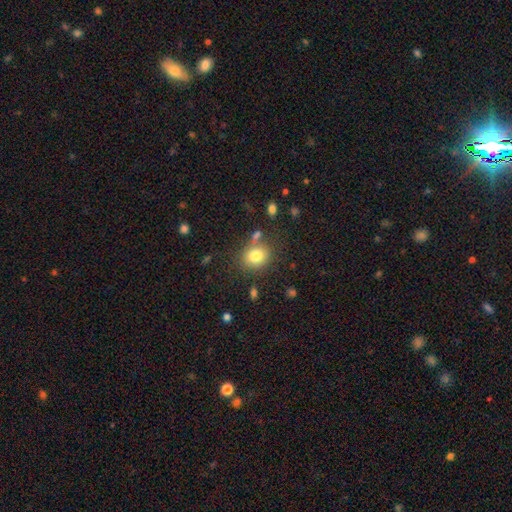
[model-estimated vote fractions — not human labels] The model was most divided on "how rounded": round: 65%, in between: 34%, cigar-shaped: 1%. More confident: smooth or featured — smooth (81%); merging — none (73%).